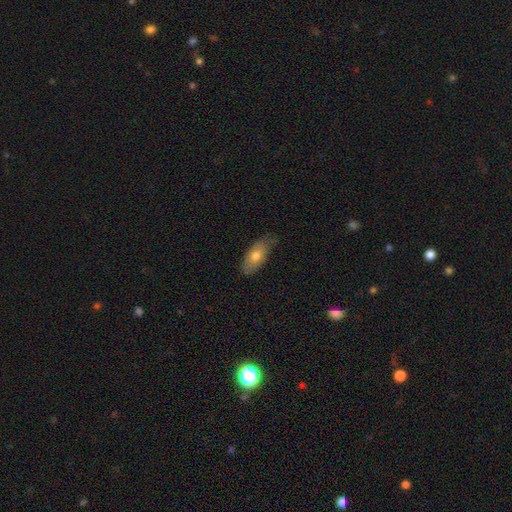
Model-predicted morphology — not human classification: smooth 71%, featured or disk 22%, star or artifact 7%. Down the decision tree: how rounded — in between (86%); merging — none (65%).